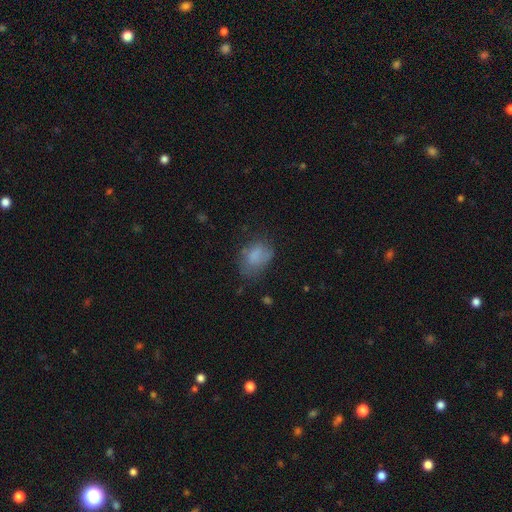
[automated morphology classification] A smooth galaxy with no disk features (72%) that is in between round and cigar-shaped (76%).

Vote fractions:
- Smooth or featured? smooth: 72% / featured or disk: 17% / star or artifact: 11%
- How rounded? in between: 76% / round: 22% / cigar-shaped: 1%
- Merging? none: 50% / minor disturbance: 30% / major disturbance: 17% / merger: 3%